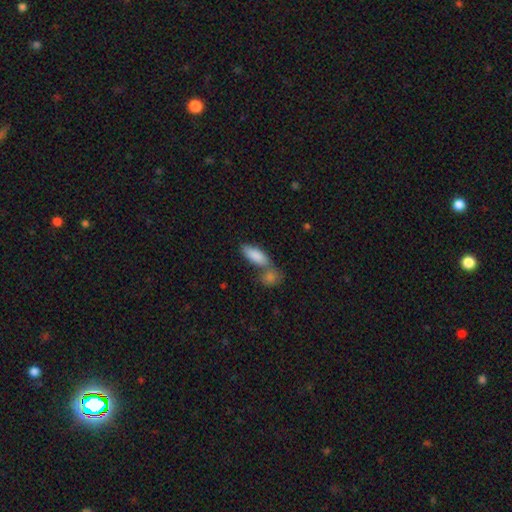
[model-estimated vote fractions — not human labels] The model was most divided on "merging": none: 44%, merger: 41%, minor disturbance: 11%, major disturbance: 4%. More confident: smooth or featured — smooth (86%); how rounded — in between (76%).